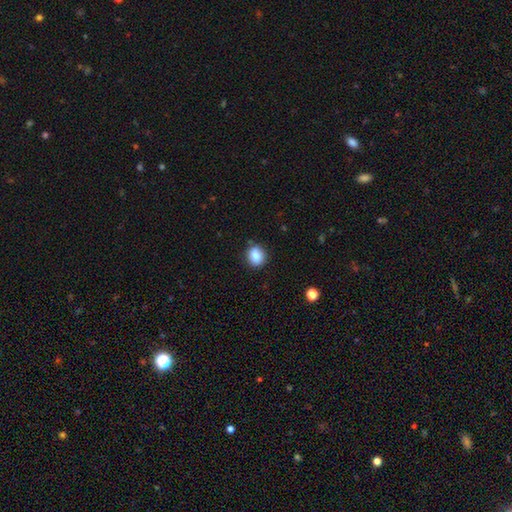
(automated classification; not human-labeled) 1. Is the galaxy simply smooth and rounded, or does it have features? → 84% smooth, 9% star or artifact, 7% featured or disk.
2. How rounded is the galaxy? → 65% round, 34% in between, 1% cigar-shaped.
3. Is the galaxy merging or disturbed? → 85% none, 10% minor disturbance, 2% major disturbance, 2% merger.